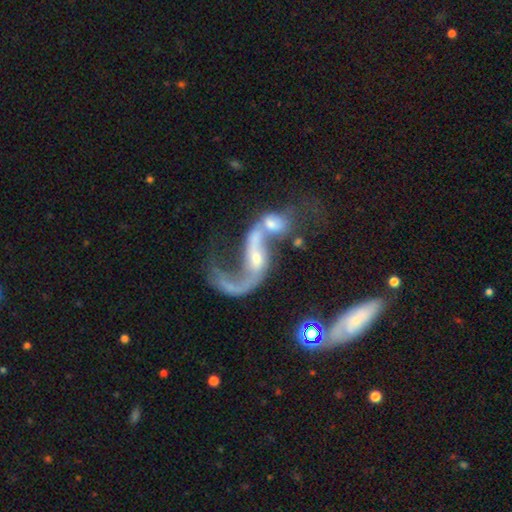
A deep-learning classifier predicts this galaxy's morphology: type=featured or disk (80%); edge-on=no (94%); bar=no (49%); spiral arms=yes (82%); winding=loose (89%); arm count=2 (68%); bulge=small (47%); merging=merger (63%).